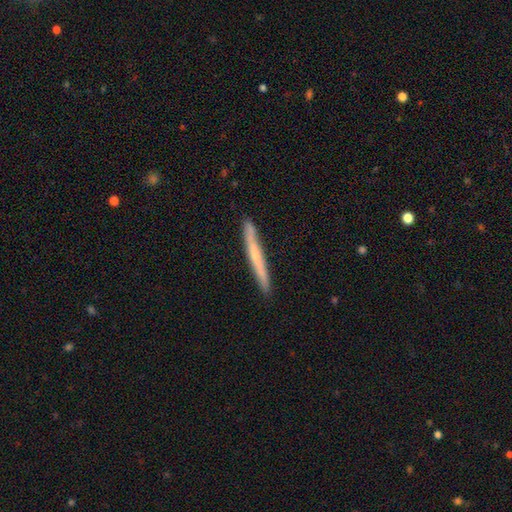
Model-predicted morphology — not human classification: A featured or disk galaxy (50%) viewed edge-on (95%).

Vote fractions:
- Smooth or featured? featured or disk: 50% / smooth: 44% / star or artifact: 6%
- Edge-on disk? yes: 95% / no: 5%
- Merging? none: 90% / minor disturbance: 8% / major disturbance: 1% / merger: 1%